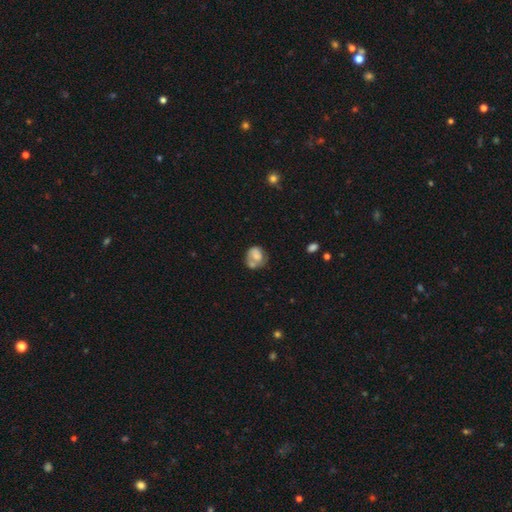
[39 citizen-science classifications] featured or disk 49%, smooth 44%, star or artifact 8%. Down the decision tree: edge-on disk — no (100%); bar — no (95%); spiral arms — no (68%); bulge size — none (32%); merging — merger (50%).